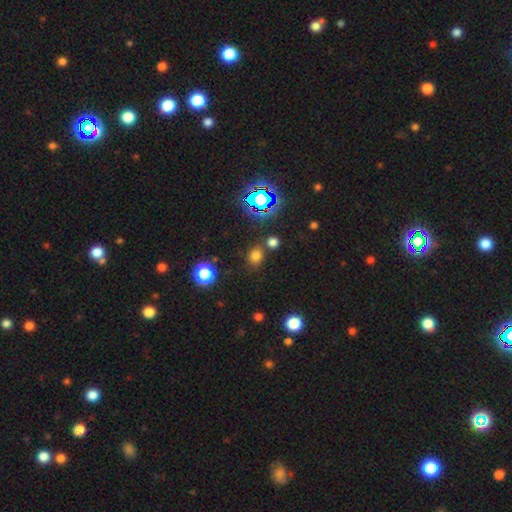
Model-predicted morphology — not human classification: The model was most divided on "how rounded": round: 68%, in between: 31%, cigar-shaped: 1%. More confident: merging — none (77%); smooth or featured — smooth (69%).